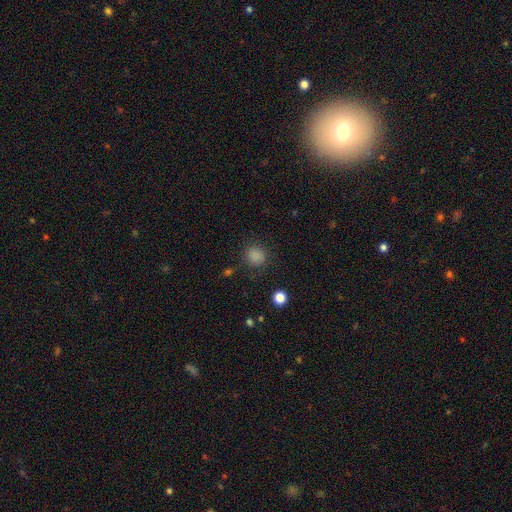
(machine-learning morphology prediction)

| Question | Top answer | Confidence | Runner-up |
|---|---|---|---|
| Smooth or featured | smooth | 83% | star or artifact (13%) |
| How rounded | round | 85% | in between (14%) |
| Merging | none | 83% | minor disturbance (11%) |